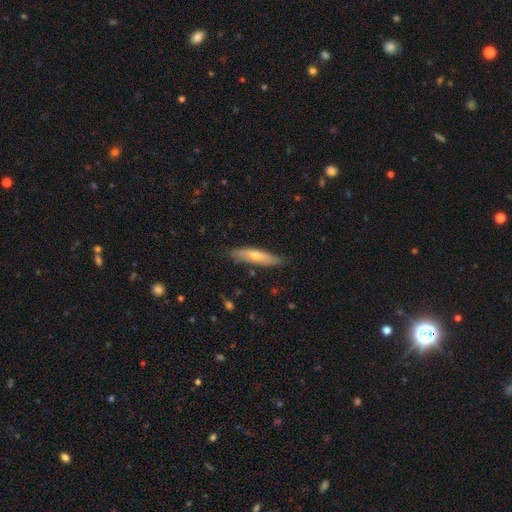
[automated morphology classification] Smooth or featured?
  - smooth: 58% *
  - featured or disk: 36%
  - star or artifact: 6%
How rounded?
  - cigar-shaped: 76% *
  - in between: 23%
  - round: 2%
Merging?
  - none: 78% *
  - minor disturbance: 18%
  - major disturbance: 3%
  - merger: 2%